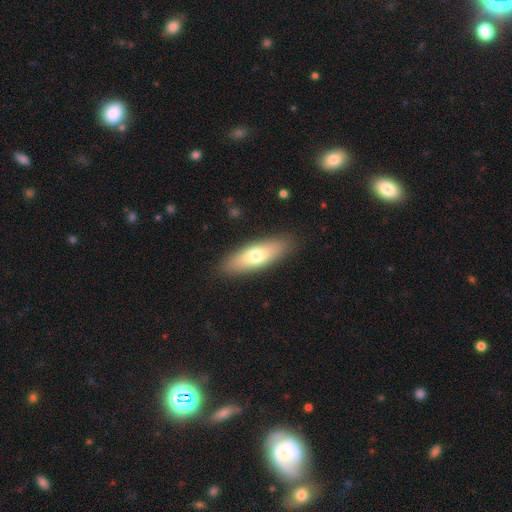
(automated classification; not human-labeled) smooth 69%, featured or disk 26%, star or artifact 6%. Down the decision tree: how rounded — in between (58%); merging — none (88%).